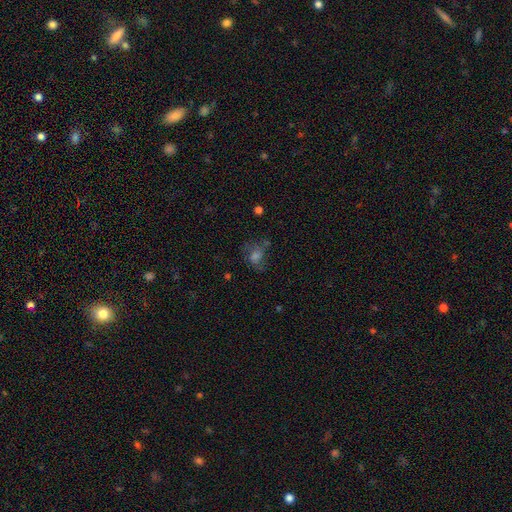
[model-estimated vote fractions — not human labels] Smooth or featured?
  - smooth: 44% *
  - featured or disk: 33%
  - star or artifact: 23%
Merging?
  - none: 51% *
  - major disturbance: 23%
  - minor disturbance: 21%
  - merger: 4%